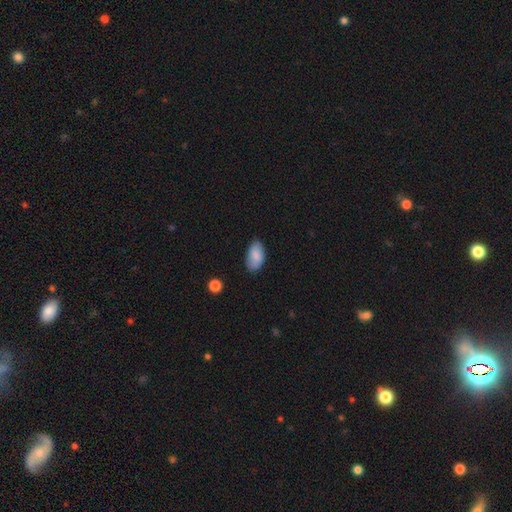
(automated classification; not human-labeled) smooth-or-featured: smooth: 86% | featured or disk: 7% | star or artifact: 7%
  how-rounded: in between: 94% | round: 3% | cigar-shaped: 2%
  merging: none: 76% | minor disturbance: 20% | major disturbance: 3% | merger: 1%